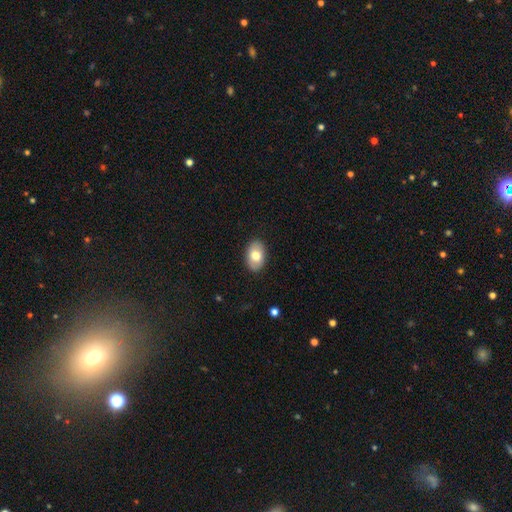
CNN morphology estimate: smooth-or-featured: smooth: 74% | featured or disk: 19% | star or artifact: 7%
  how-rounded: in between: 89% | round: 10% | cigar-shaped: 1%
  merging: none: 88% | minor disturbance: 9% | major disturbance: 2% | merger: 1%